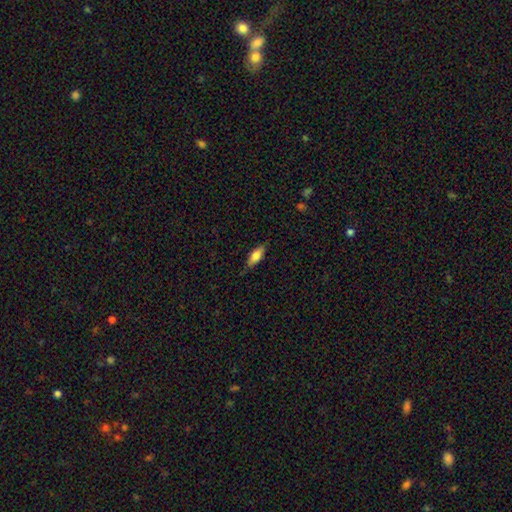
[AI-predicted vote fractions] smooth 74%, featured or disk 19%, star or artifact 7%. Down the decision tree: how rounded — in between (70%); merging — none (78%).